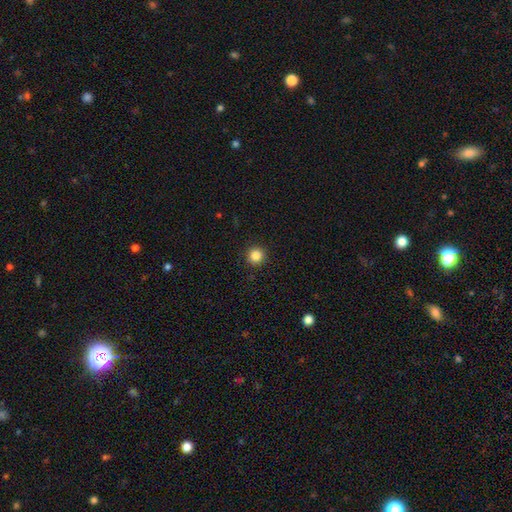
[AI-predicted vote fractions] A smooth galaxy with no disk features (85%) that is round (94%).

Vote fractions:
- Smooth or featured? smooth: 85% / star or artifact: 11% / featured or disk: 4%
- How rounded? round: 94% / in between: 5% / cigar-shaped: 1%
- Merging? none: 92% / minor disturbance: 5% / major disturbance: 2% / merger: 1%